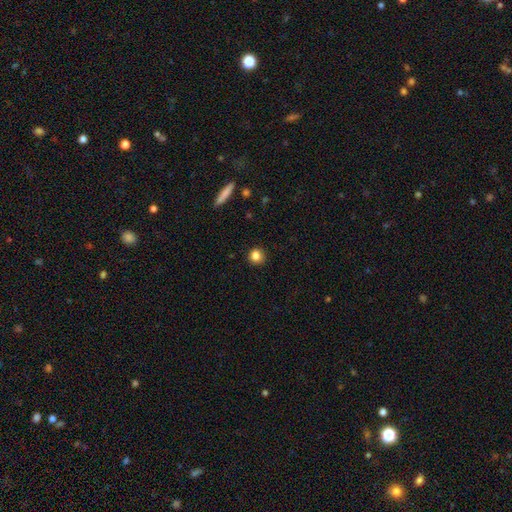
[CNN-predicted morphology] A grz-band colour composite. It shows a smooth galaxy with no disk features (84%) that is round (89%). Merging: none (89%).